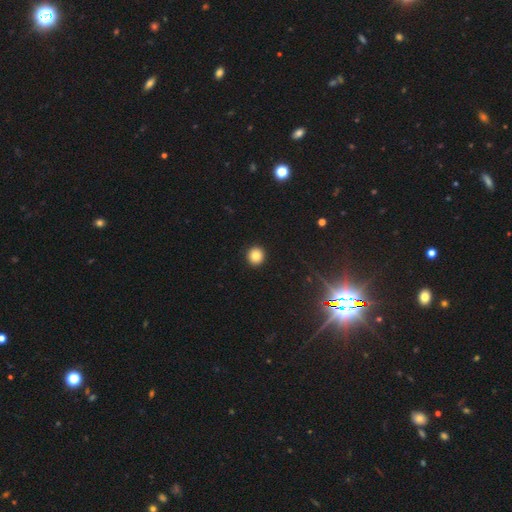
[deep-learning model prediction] smooth 84%, star or artifact 11%, featured or disk 5%. Down the decision tree: how rounded — round (92%); merging — none (93%).